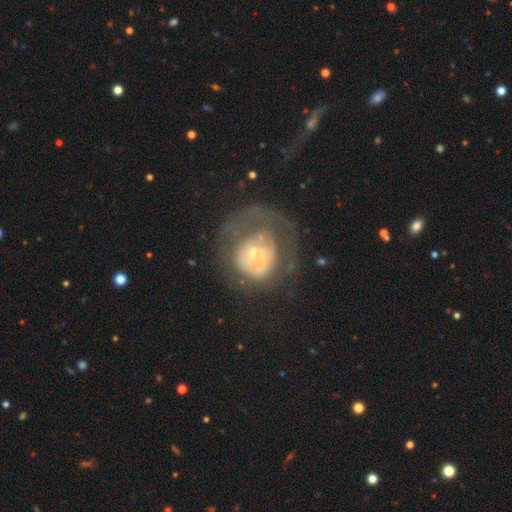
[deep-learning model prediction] Q: Smooth or featured?
A: featured or disk (60%); runner-up: smooth (31%)
Q: Edge-on disk?
A: no (98%); runner-up: yes (2%)
Q: Bar?
A: no (72%); runner-up: weak (24%)
Q: Spiral arms?
A: no (56%); runner-up: yes (44%)
Q: Bulge size?
A: moderate (41%); tied with: small (41%)
Q: Merging?
A: major disturbance (43%); runner-up: none (33%)